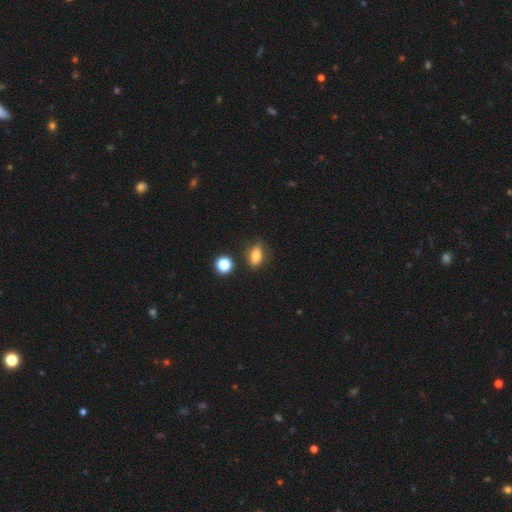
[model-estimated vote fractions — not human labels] Morphology: type=smooth (80%); roundness=in between (79%); merging=none (75%).